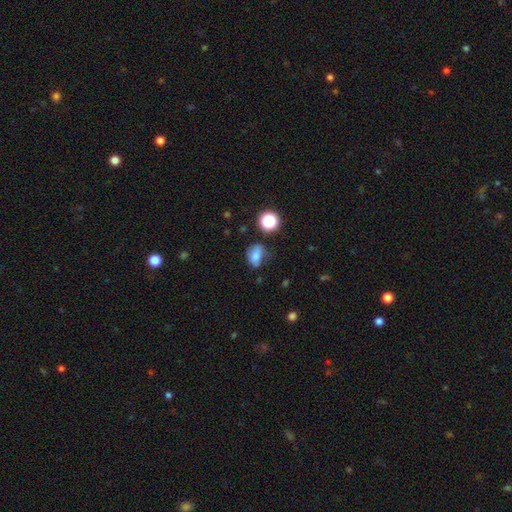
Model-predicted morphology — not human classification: A smooth galaxy with no disk features (73%) that is in between round and cigar-shaped (71%).

Vote fractions:
- Smooth or featured? smooth: 73% / featured or disk: 14% / star or artifact: 13%
- How rounded? in between: 71% / round: 27% / cigar-shaped: 2%
- Merging? none: 54% / minor disturbance: 30% / major disturbance: 11% / merger: 5%